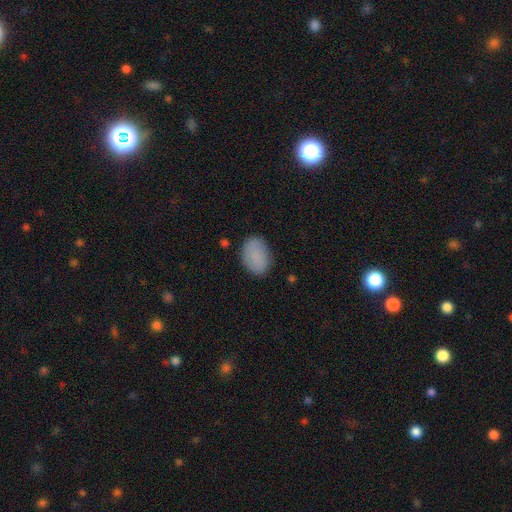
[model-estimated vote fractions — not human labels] A smooth galaxy with no disk features (86%) that is in between round and cigar-shaped (81%). Merging: none (82%).